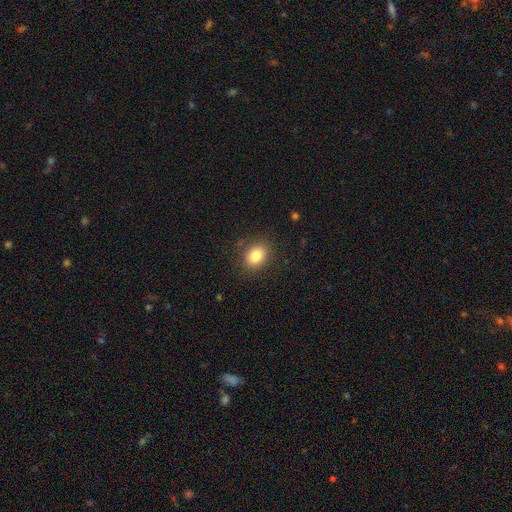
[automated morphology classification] smooth_or_featured: smooth (p=0.83) [alt: star or artifact p=0.10]
how_rounded: in between (p=0.55) [alt: round p=0.45]
merging: none (p=0.86) [alt: minor disturbance p=0.10]